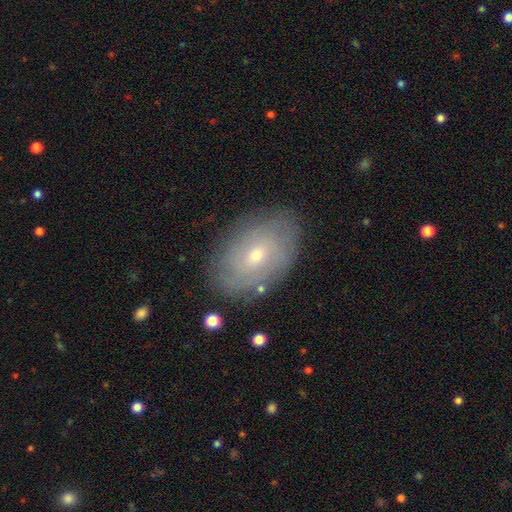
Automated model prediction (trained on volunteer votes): Smooth or featured?
  - featured or disk: 56% *
  - smooth: 34%
  - star or artifact: 9%
Edge-on disk?
  - no: 93% *
  - yes: 7%
Bar?
  - no: 72% *
  - weak: 24%
  - strong: 4%
Spiral arms?
  - yes: 72% *
  - no: 28%
Bulge size?
  - small: 53% *
  - moderate: 44%
  - large: 2%
  - none: 1%
  - dominant: 1%
Merging?
  - none: 81% *
  - minor disturbance: 14%
  - major disturbance: 4%
  - merger: 1%